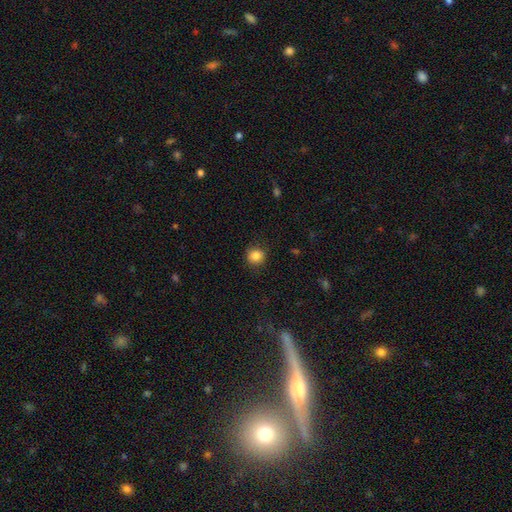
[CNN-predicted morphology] smooth-or-featured: smooth: 85% | star or artifact: 10% | featured or disk: 4%
  how-rounded: round: 89% | in between: 10% | cigar-shaped: 1%
  merging: none: 87% | minor disturbance: 9% | major disturbance: 3% | merger: 1%